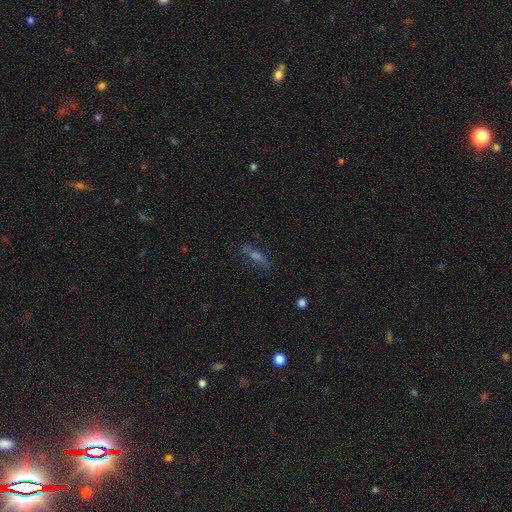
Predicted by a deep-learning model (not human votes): This appears to be a featured or disk galaxy (47%). Merging: none (79%).